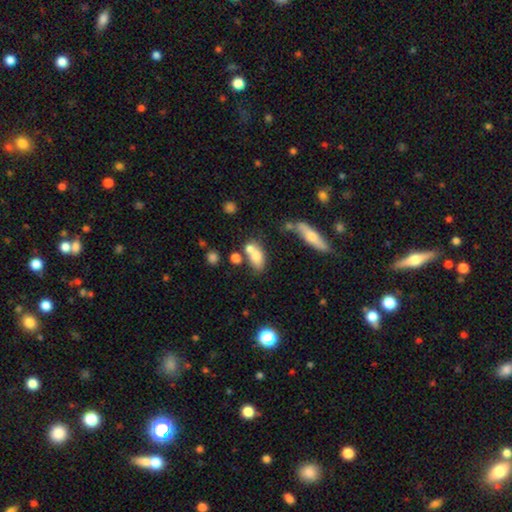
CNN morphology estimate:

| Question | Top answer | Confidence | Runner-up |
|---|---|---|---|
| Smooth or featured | smooth | 69% | featured or disk (21%) |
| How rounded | in between | 80% | round (13%) |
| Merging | merger | 42% | none (38%) |